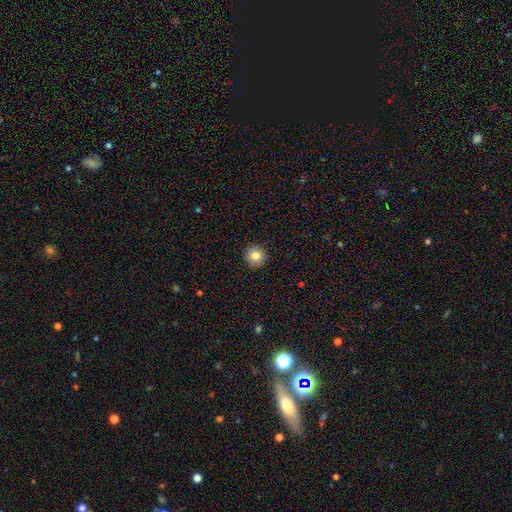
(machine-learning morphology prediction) A smooth galaxy with no disk features (83%) that is round (94%).

Vote fractions:
- Smooth or featured? smooth: 83% / star or artifact: 10% / featured or disk: 7%
- How rounded? round: 94% / in between: 5% / cigar-shaped: 1%
- Merging? none: 92% / minor disturbance: 5% / major disturbance: 2% / merger: 1%